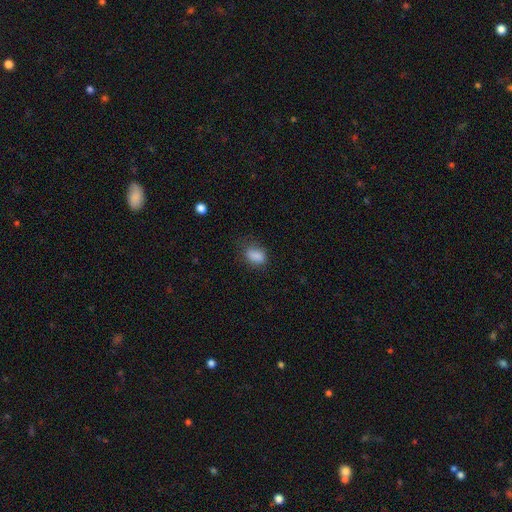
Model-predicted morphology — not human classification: Smooth or featured? smooth (86%)
How rounded? in between (81%)
Merging? none (66%)